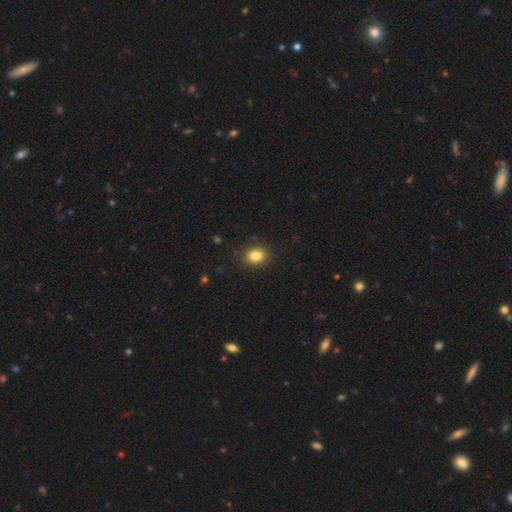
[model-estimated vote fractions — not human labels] Smooth or featured? Predicted: smooth (p=0.85). How rounded? Predicted: in between (p=0.52). Merging? Predicted: none (p=0.88).